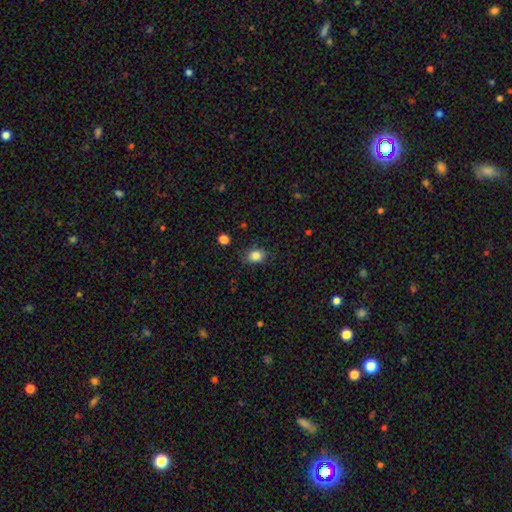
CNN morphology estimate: smooth 84%, star or artifact 10%, featured or disk 6%. Down the decision tree: how rounded — in between (58%); merging — none (82%).